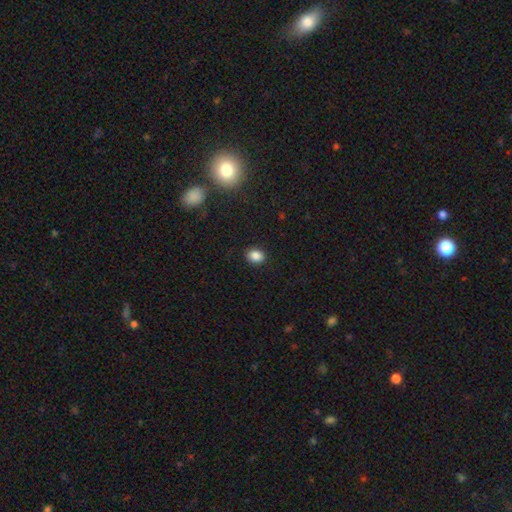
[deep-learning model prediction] Smooth or featured? Predicted: smooth (p=0.86). How rounded? Predicted: in between (p=0.54). Merging? Predicted: none (p=0.89).